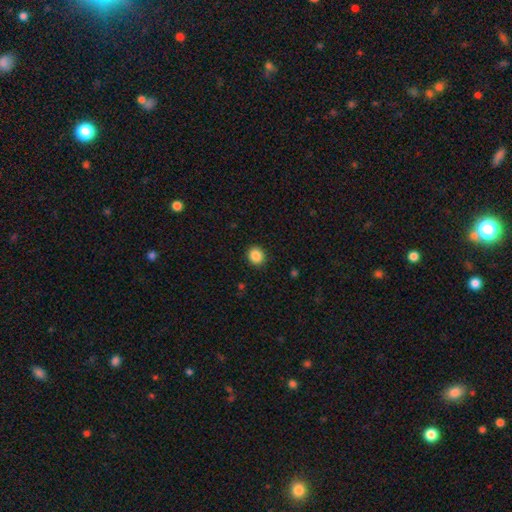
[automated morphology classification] This is clearly a smooth galaxy (87%). How rounded: clearly round (82%). Merging: clearly none (90%).